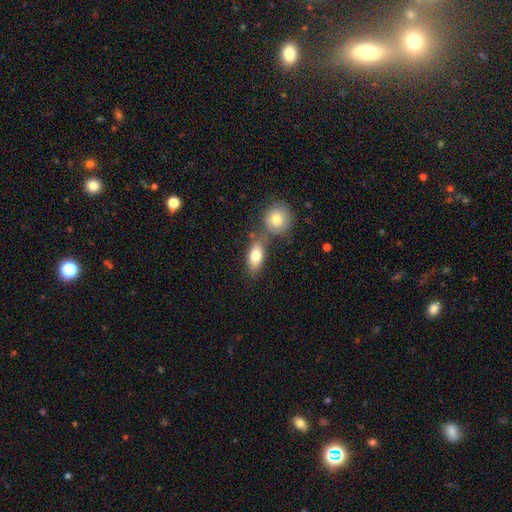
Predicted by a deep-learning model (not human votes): Morphology: type=smooth (79%); roundness=in between (83%); merging=none (57%).